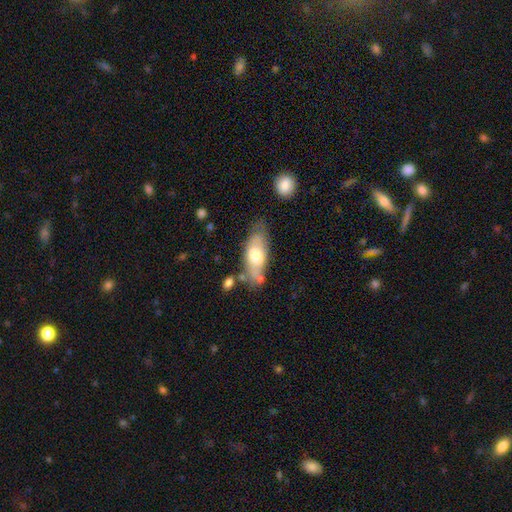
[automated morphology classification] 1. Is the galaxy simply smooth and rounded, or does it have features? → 62% smooth, 32% featured or disk, 6% star or artifact.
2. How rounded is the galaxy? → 78% in between, 19% cigar-shaped, 3% round.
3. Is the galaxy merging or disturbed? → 59% none, 24% minor disturbance, 9% merger, 8% major disturbance.